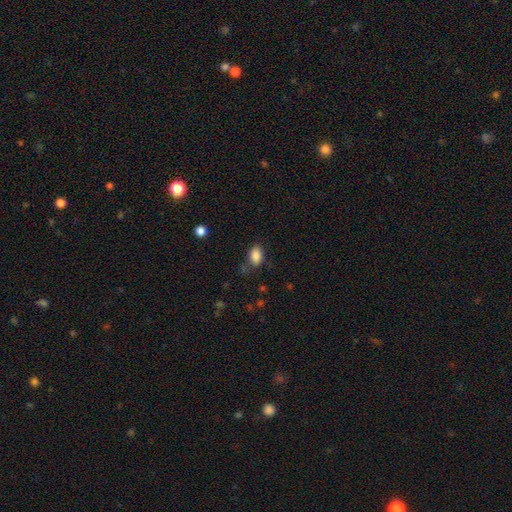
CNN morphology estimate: This is clearly a smooth galaxy (86%). How rounded: clearly in between (85%). Merging: likely none (72%).